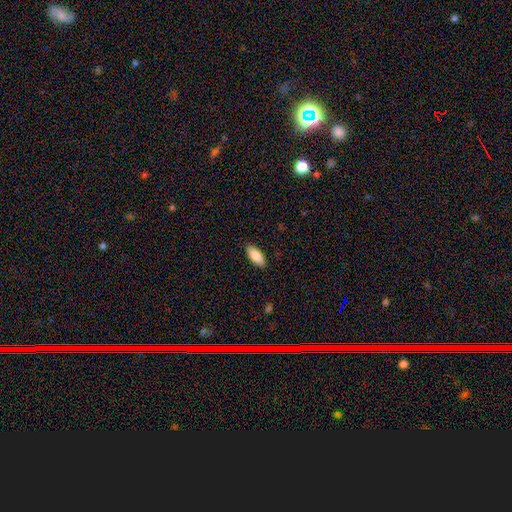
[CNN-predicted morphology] smooth_or_featured: smooth (p=0.83) [alt: featured or disk p=0.11]
how_rounded: in between (p=0.82) [alt: cigar-shaped p=0.17]
merging: none (p=0.87) [alt: minor disturbance p=0.10]